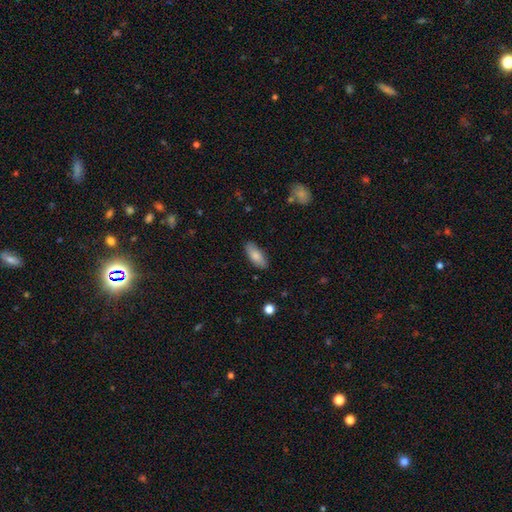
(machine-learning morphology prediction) Overall: smooth (81%). How rounded: in between (81%). Merging: none (85%).